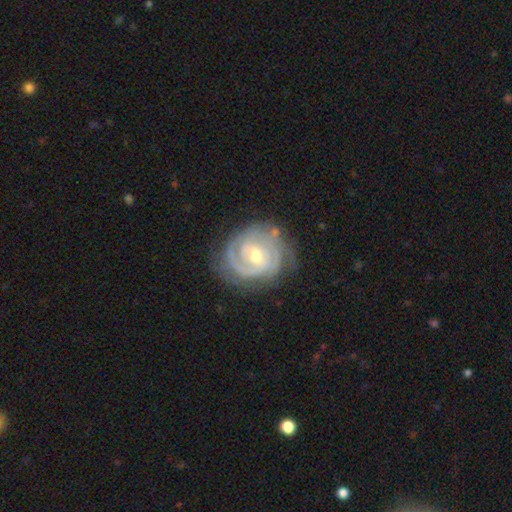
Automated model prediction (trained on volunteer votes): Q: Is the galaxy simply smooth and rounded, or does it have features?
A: featured or disk — 87%.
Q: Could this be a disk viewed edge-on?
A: no — 97%.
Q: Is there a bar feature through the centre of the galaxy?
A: no — 54%.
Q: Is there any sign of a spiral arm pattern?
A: yes — 96%.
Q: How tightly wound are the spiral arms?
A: tight — 74%.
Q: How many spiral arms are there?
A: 2 — 33%.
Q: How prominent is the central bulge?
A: moderate — 61%.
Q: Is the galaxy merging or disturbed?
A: none — 73%.